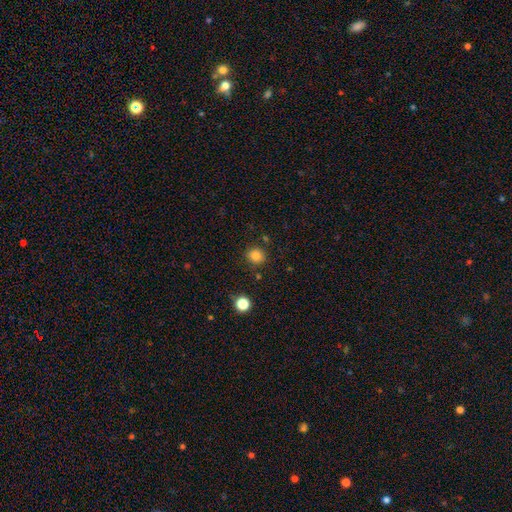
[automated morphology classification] Q: Smooth or featured?
A: smooth (83%); runner-up: star or artifact (12%)
Q: How rounded?
A: round (89%); runner-up: in between (10%)
Q: Merging?
A: none (85%); runner-up: minor disturbance (8%)